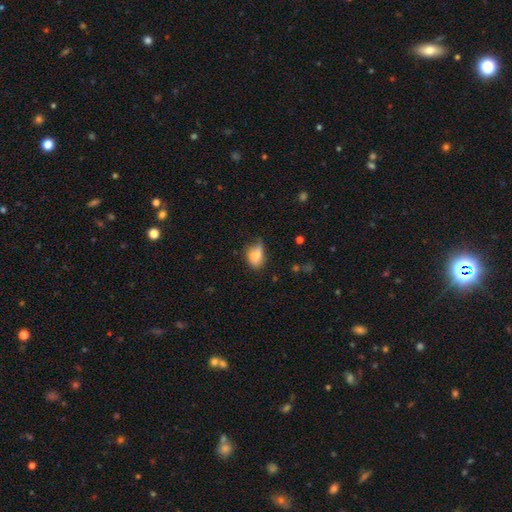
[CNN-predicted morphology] Q: Smooth or featured?
A: smooth (78%); runner-up: featured or disk (13%)
Q: How rounded?
A: in between (83%); runner-up: round (14%)
Q: Merging?
A: minor disturbance (42%); runner-up: none (40%)